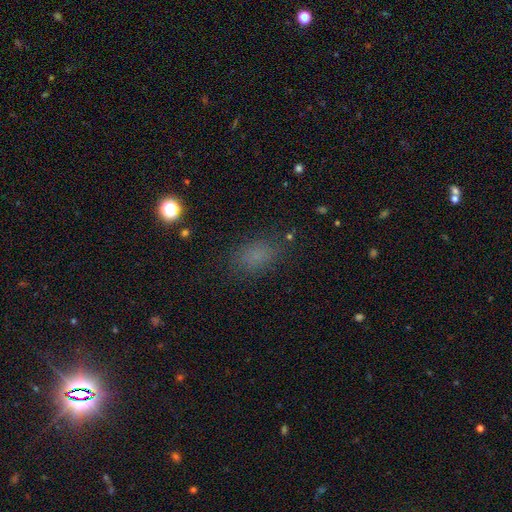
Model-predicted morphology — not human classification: Overall: smooth (75%). How rounded: in between (81%). Merging: none (78%).